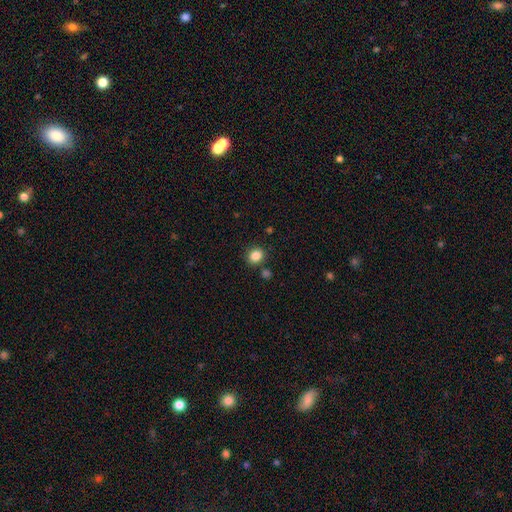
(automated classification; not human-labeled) Smooth or featured?
  - smooth: 85% *
  - star or artifact: 11%
  - featured or disk: 4%
How rounded?
  - round: 69% *
  - in between: 30%
  - cigar-shaped: 1%
Merging?
  - none: 82% *
  - minor disturbance: 9%
  - merger: 6%
  - major disturbance: 3%